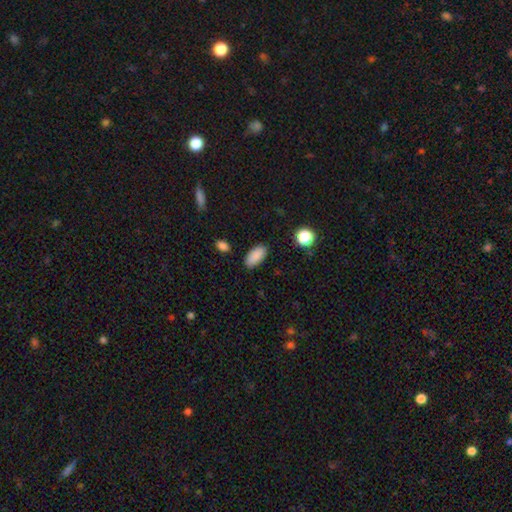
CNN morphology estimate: Smooth or featured? Predicted: smooth (p=0.88). How rounded? Predicted: in between (p=0.91). Merging? Predicted: none (p=0.87).